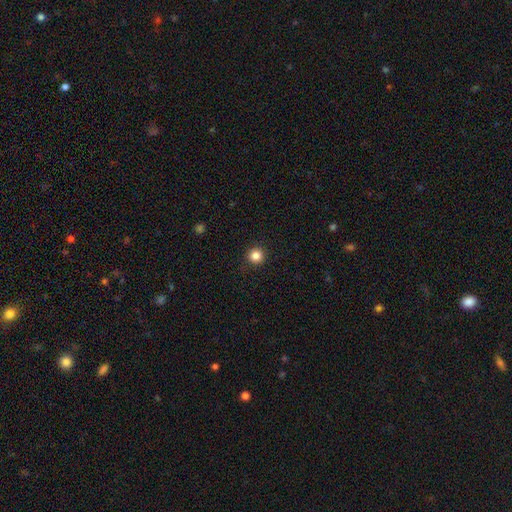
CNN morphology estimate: Q: Smooth or featured?
A: smooth (84%); runner-up: star or artifact (11%)
Q: How rounded?
A: round (94%); runner-up: in between (5%)
Q: Merging?
A: none (92%); runner-up: minor disturbance (6%)